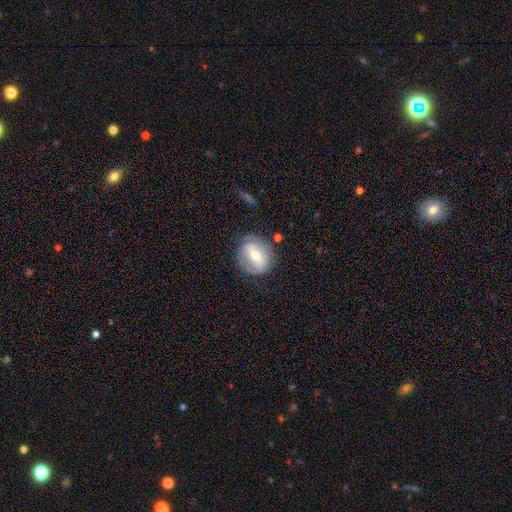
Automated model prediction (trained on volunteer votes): The model was most divided on "bar": weak: 40%, strong: 37%, no: 23%. More confident: edge-on disk — no (95%); merging — none (67%); bulge size — moderate (60%); spiral arms — yes (59%); smooth or featured — featured or disk (57%).